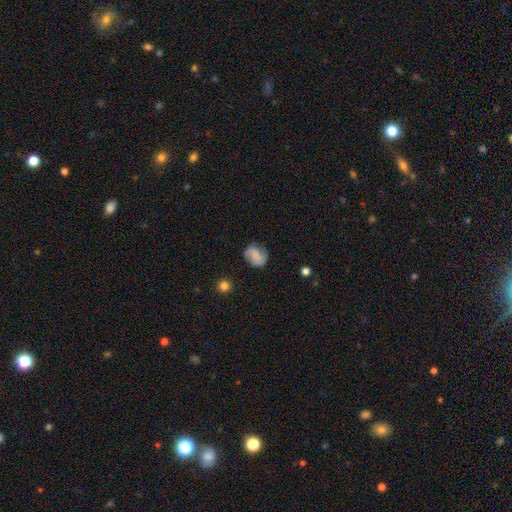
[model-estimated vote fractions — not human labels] Q: Smooth or featured?
A: smooth (51%); runner-up: featured or disk (39%)
Q: How rounded?
A: round (50%); runner-up: in between (49%)
Q: Merging?
A: none (61%); runner-up: minor disturbance (24%)